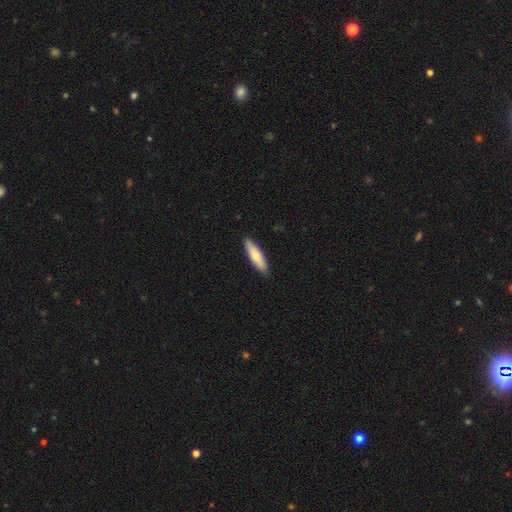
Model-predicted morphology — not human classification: Q: Smooth or featured?
A: smooth (70%); runner-up: featured or disk (25%)
Q: How rounded?
A: cigar-shaped (63%); runner-up: in between (36%)
Q: Merging?
A: none (87%); runner-up: minor disturbance (10%)